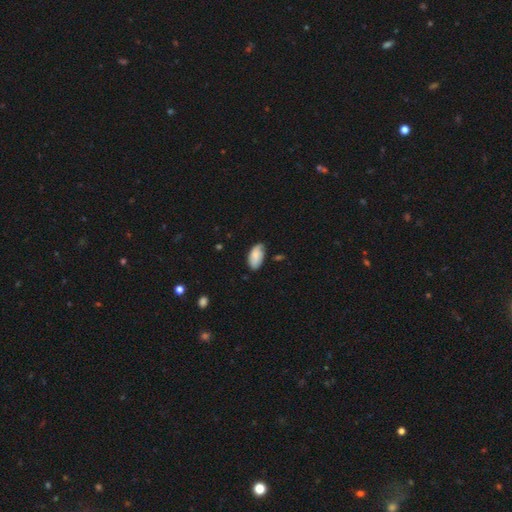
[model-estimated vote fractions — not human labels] A smooth galaxy with no disk features (77%) that is in between round and cigar-shaped (95%).

Vote fractions:
- Smooth or featured? smooth: 77% / featured or disk: 16% / star or artifact: 7%
- How rounded? in between: 95% / cigar-shaped: 3% / round: 3%
- Merging? none: 66% / minor disturbance: 27% / major disturbance: 4% / merger: 2%